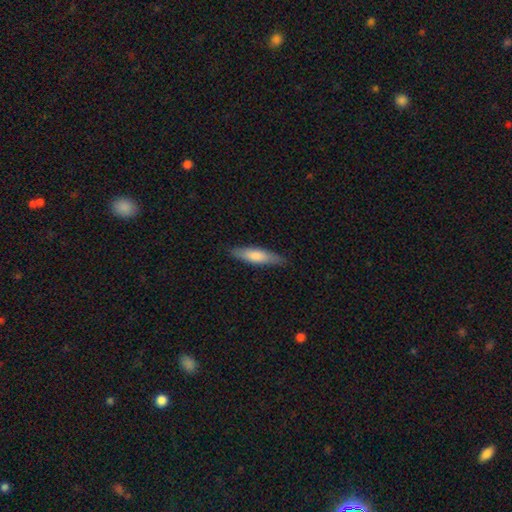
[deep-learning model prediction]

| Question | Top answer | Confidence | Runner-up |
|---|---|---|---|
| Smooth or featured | smooth | 66% | featured or disk (28%) |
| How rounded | cigar-shaped | 76% | in between (22%) |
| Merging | none | 87% | minor disturbance (10%) |